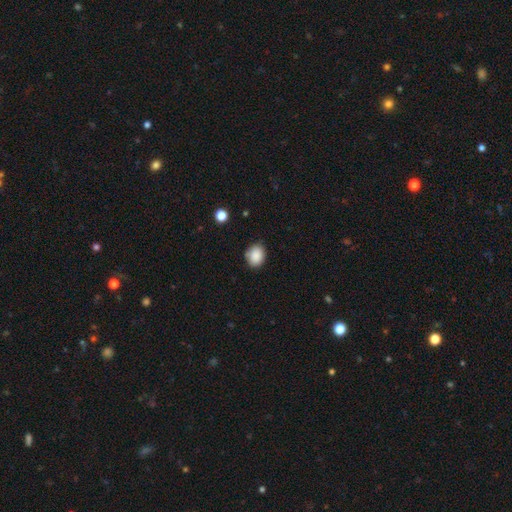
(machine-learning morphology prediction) This is clearly a smooth galaxy (88%). How rounded: possibly round (50%). Merging: likely none (80%).